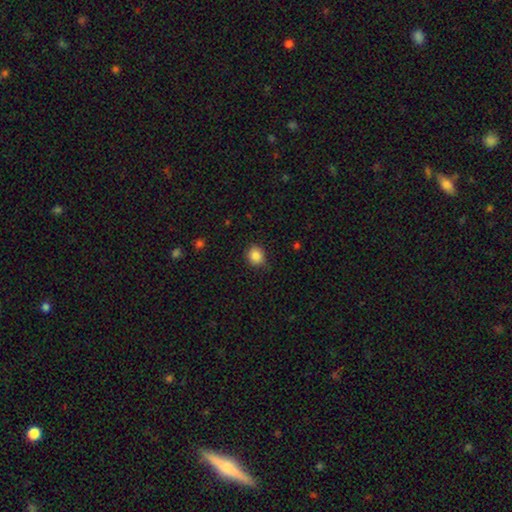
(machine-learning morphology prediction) A smooth galaxy with no disk features (86%) that is round (76%).

Vote fractions:
- Smooth or featured? smooth: 86% / star or artifact: 10% / featured or disk: 4%
- How rounded? round: 76% / in between: 23% / cigar-shaped: 1%
- Merging? none: 84% / minor disturbance: 13% / major disturbance: 3% / merger: 1%